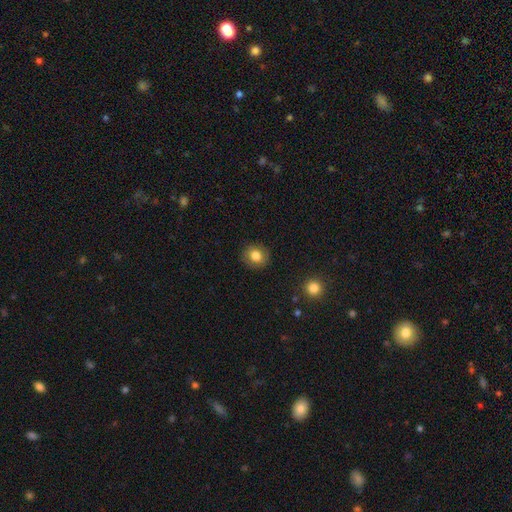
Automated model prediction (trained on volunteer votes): smooth 81%, star or artifact 9%, featured or disk 9%. Down the decision tree: how rounded — round (75%); merging — none (88%).